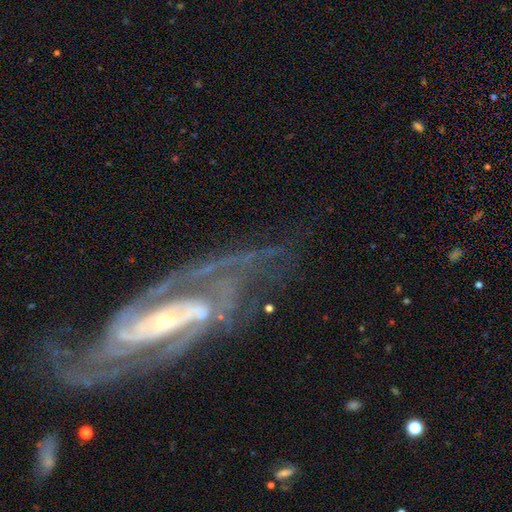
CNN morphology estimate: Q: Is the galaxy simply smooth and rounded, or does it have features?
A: featured or disk — 91%.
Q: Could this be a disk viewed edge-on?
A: no — 94%.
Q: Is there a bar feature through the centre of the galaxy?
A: strong — 47%.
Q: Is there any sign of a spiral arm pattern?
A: yes — 98%.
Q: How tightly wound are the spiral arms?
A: medium — 46%.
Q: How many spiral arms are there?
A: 2 — 68%.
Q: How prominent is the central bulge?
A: small — 71%.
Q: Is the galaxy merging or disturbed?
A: none — 71%.